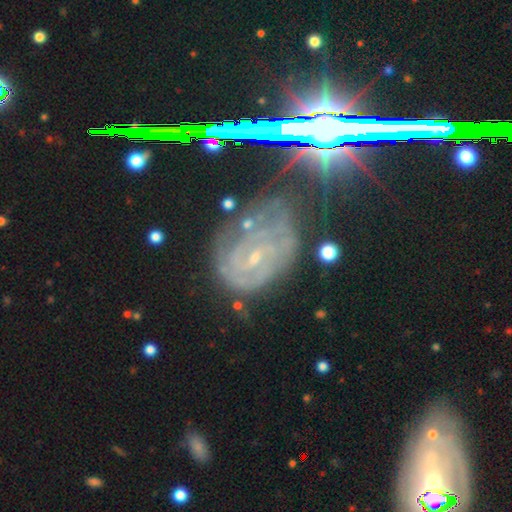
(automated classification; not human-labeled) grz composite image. It shows a featured or disk galaxy (69%) with no bar (52%), tight (72%) spiral arms (88%) and a small central bulge (78%). Merging: none (62%).